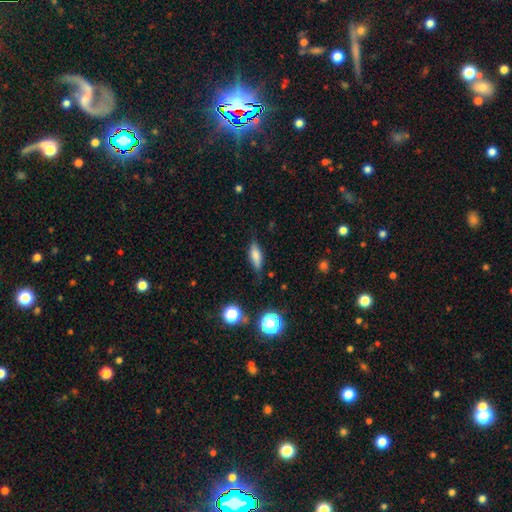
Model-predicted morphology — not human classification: A smooth galaxy with no disk features (74%) that is in between round and cigar-shaped (59%).

Vote fractions:
- Smooth or featured? smooth: 74% / featured or disk: 17% / star or artifact: 9%
- How rounded? in between: 59% / cigar-shaped: 38% / round: 4%
- Merging? none: 76% / minor disturbance: 18% / major disturbance: 4% / merger: 2%